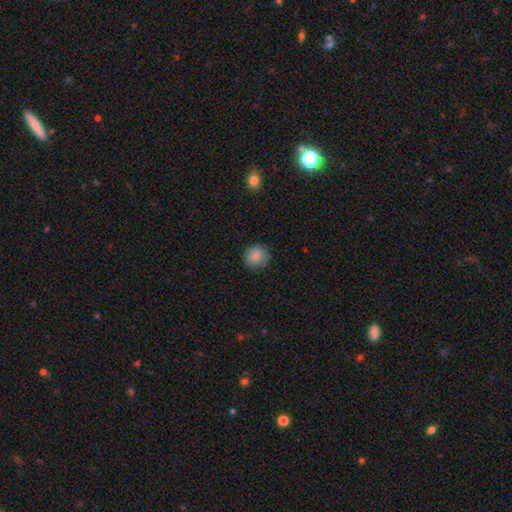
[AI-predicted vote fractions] smooth_or_featured: smooth (p=0.87) [alt: star or artifact p=0.09]
how_rounded: round (p=0.90) [alt: in between p=0.09]
merging: none (p=0.85) [alt: minor disturbance p=0.11]